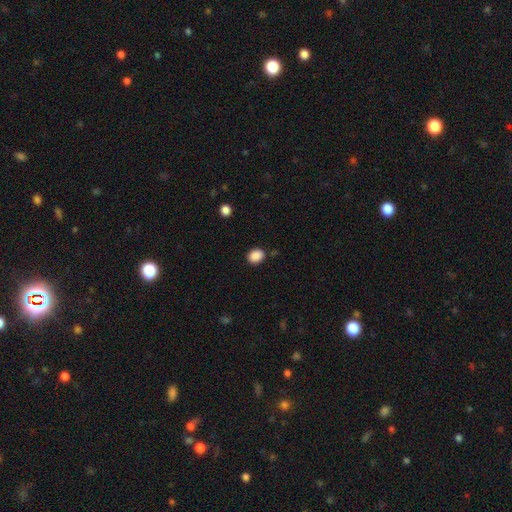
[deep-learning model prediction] This is clearly a smooth galaxy (88%). How rounded: possibly round (52%). Merging: clearly none (84%).